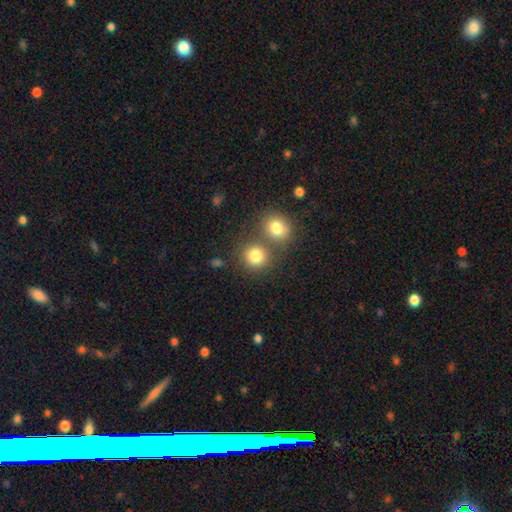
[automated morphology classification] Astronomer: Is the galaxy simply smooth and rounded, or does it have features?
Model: smooth — 82%.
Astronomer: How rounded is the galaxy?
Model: round — 89%.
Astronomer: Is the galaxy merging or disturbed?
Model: none — 61%.